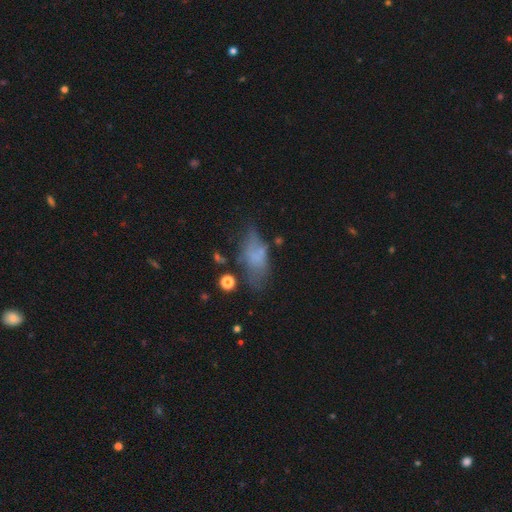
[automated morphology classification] Smooth or featured? Predicted: smooth (p=0.57). How rounded? Predicted: in between (p=0.79). Merging? Predicted: none (p=0.45).